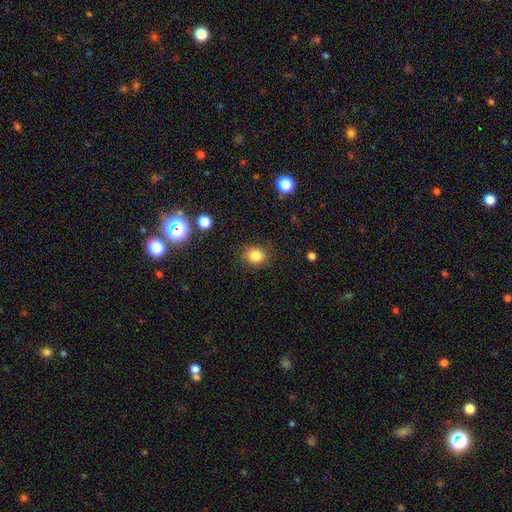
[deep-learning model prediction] A smooth galaxy with no disk features (84%) that is round (73%).

Vote fractions:
- Smooth or featured? smooth: 84% / star or artifact: 12% / featured or disk: 5%
- How rounded? round: 73% / in between: 26% / cigar-shaped: 1%
- Merging? none: 82% / minor disturbance: 12% / major disturbance: 4% / merger: 2%